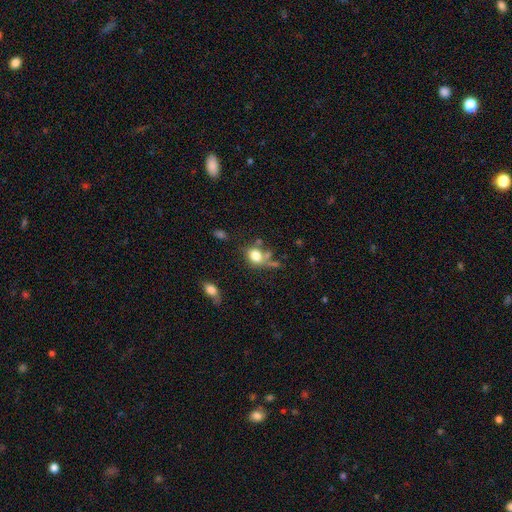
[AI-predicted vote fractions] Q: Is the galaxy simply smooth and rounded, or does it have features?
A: smooth — 77%.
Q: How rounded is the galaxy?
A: round — 53%.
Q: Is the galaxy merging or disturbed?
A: none — 47%.